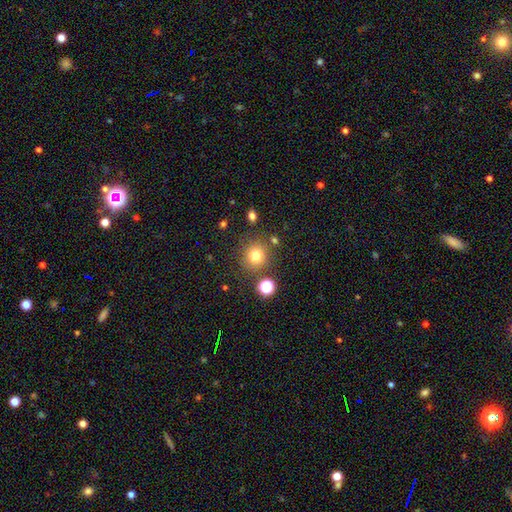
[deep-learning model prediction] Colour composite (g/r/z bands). It shows a smooth galaxy with no disk features (77%) that is round (90%). Merging: none (82%).